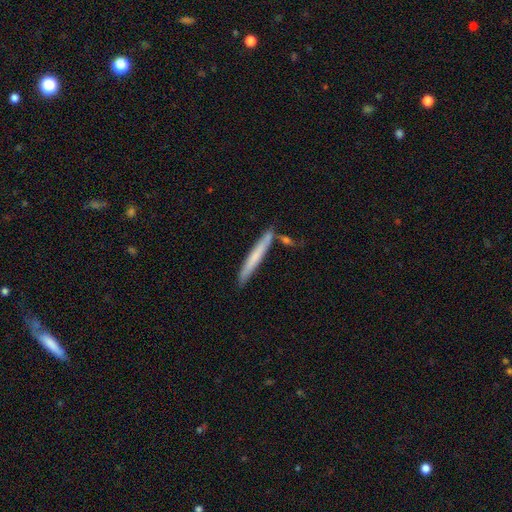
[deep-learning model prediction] smooth 61%, featured or disk 33%, star or artifact 6%. Down the decision tree: how rounded — cigar-shaped (96%); merging — none (79%).